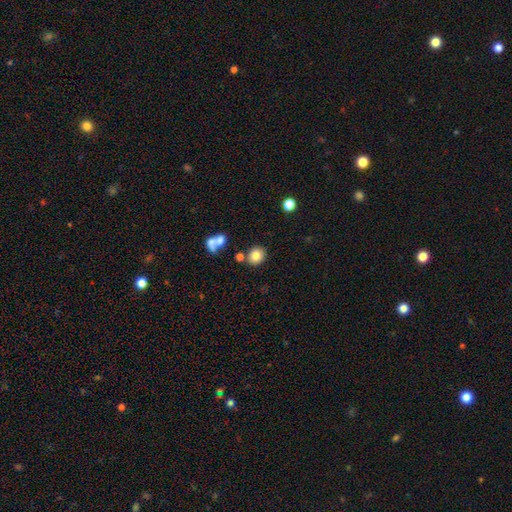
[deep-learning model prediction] Overall: smooth (80%). How rounded: round (79%). Merging: none (78%).